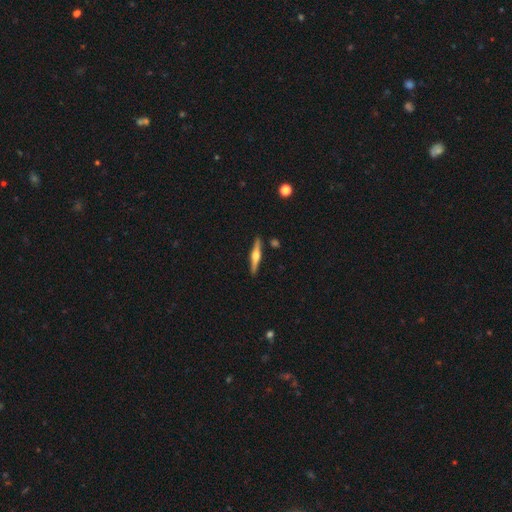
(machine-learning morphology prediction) featured or disk 70%, smooth 25%, star or artifact 5%. Down the decision tree: edge-on disk — yes (98%); edge-on bulge — rounded (92%); merging — none (89%).